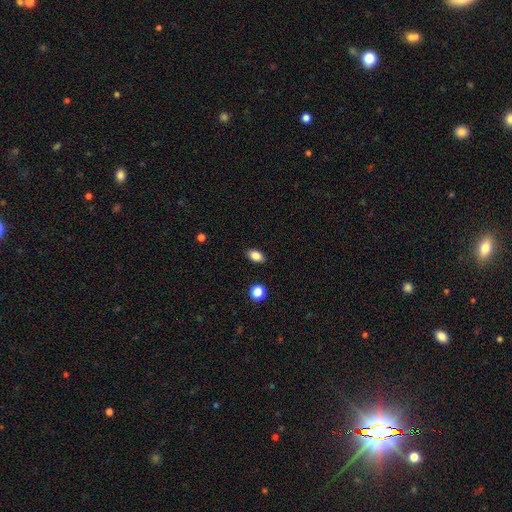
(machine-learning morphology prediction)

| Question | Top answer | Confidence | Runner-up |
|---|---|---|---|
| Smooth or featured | smooth | 86% | star or artifact (9%) |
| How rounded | in between | 88% | round (9%) |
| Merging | none | 89% | minor disturbance (8%) |